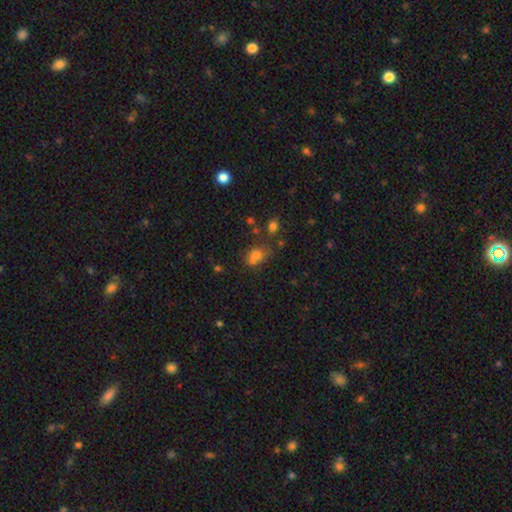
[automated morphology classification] smooth 72%, star or artifact 17%, featured or disk 11%. Down the decision tree: how rounded — in between (60%); merging — none (47%).